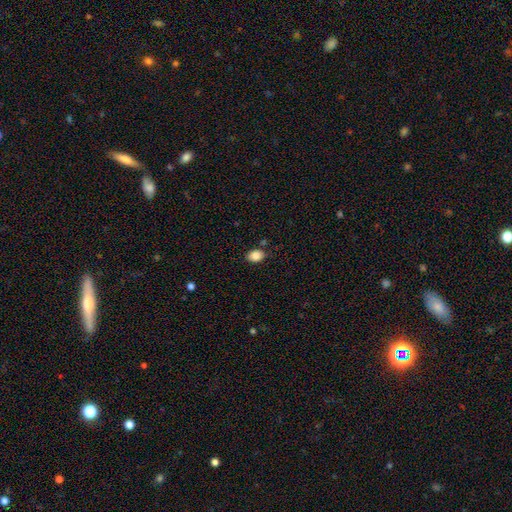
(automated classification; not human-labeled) Smooth or featured? smooth (87%)
How rounded? in between (75%)
Merging? none (82%)